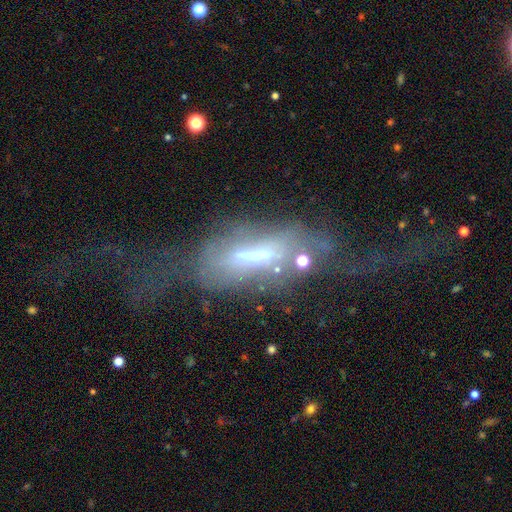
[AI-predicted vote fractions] The model was most divided on "merging": major disturbance: 39%, none: 28%, minor disturbance: 19%, merger: 14%. More confident: edge-on disk — no (66%); smooth or featured — featured or disk (54%).